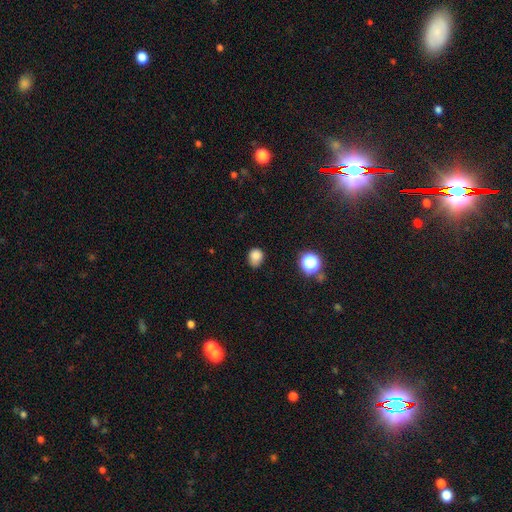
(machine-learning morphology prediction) Smooth or featured: smooth — 82% (star or artifact — 13%)
How rounded: round — 62% (in between — 37%)
Merging: none — 62% (minor disturbance — 29%)